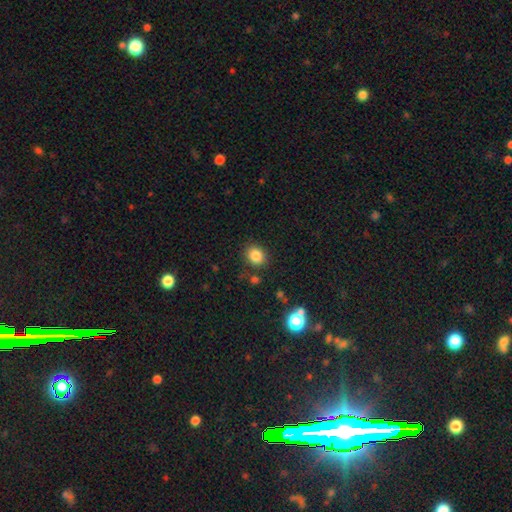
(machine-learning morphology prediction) Overall: smooth (83%). How rounded: round (69%; in between 30%). Merging: none (84%).